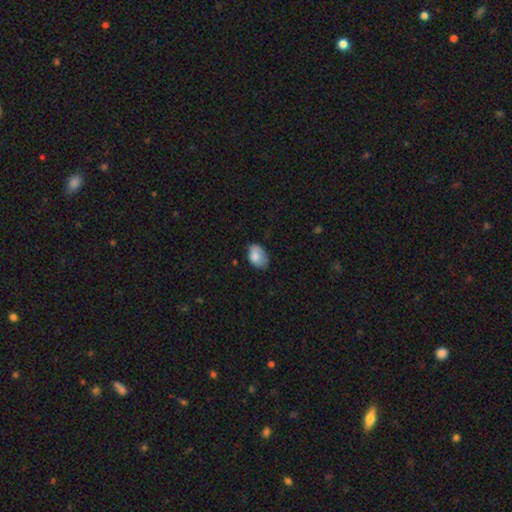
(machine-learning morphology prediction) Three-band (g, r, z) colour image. It shows a smooth galaxy with no disk features (80%) that is in between round and cigar-shaped (87%). Merging: none (57%).